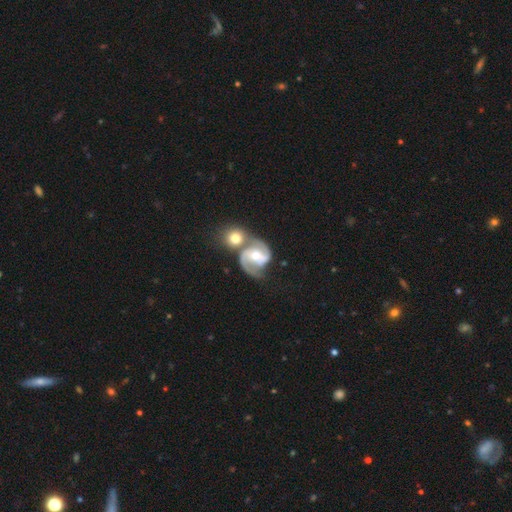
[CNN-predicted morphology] smooth-or-featured: featured or disk: 87% | smooth: 8% | star or artifact: 5%
  disk-edge-on: no: 98% | yes: 2%
    bar: weak: 41% | no: 33% | strong: 26%
    has-spiral-arms: yes: 97% | no: 3%
      spiral-winding: medium: 57% | tight: 26% | loose: 18%
      spiral-arm-count: 2: 90% | 1: 3% | can't tell: 3% | 3: 2% | 4: 1% | more than 4: 1%
    bulge-size: moderate: 63% | small: 31% | large: 4% | none: 1% | dominant: 1%
  merging: merger: 43% | none: 38% | minor disturbance: 12% | major disturbance: 7%